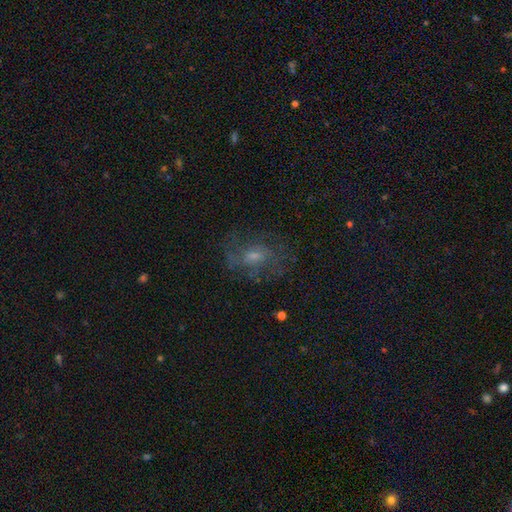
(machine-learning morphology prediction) type=featured or disk (48%); merging=none (61%).